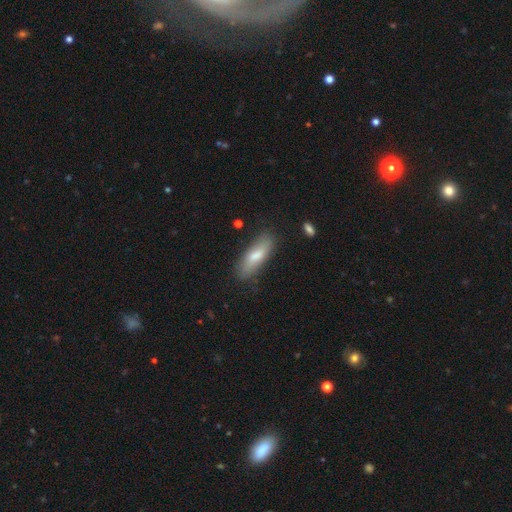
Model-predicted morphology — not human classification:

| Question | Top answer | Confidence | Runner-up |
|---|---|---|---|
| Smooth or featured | smooth | 69% | featured or disk (24%) |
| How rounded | in between | 51% | cigar-shaped (47%) |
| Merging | none | 79% | minor disturbance (16%) |